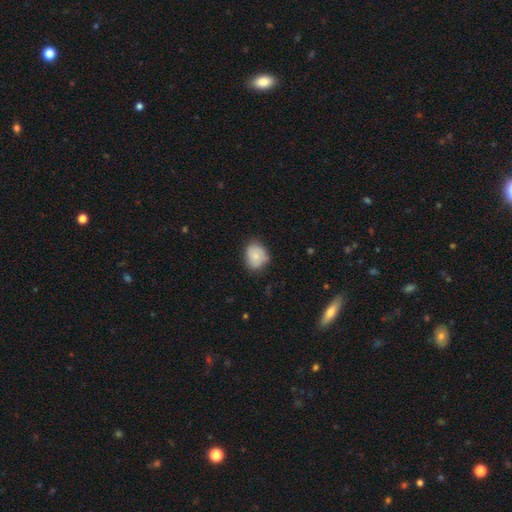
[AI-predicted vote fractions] Smooth or featured: smooth — 74% (featured or disk — 18%)
How rounded: round — 57% (in between — 42%)
Merging: none — 68% (minor disturbance — 26%)